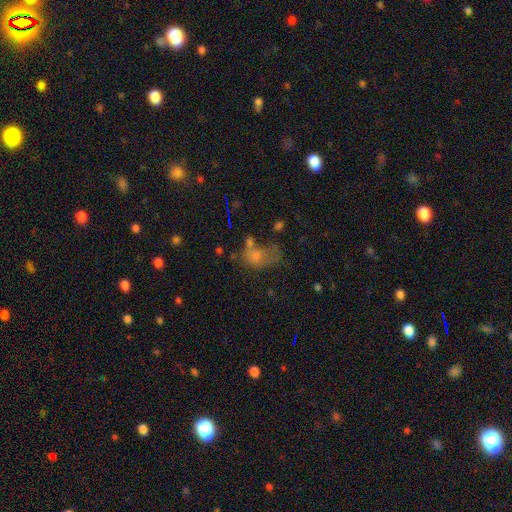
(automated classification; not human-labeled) The model was most divided on "merging": major disturbance: 34%, none: 26%, minor disturbance: 20%, merger: 20%. More confident: how rounded — in between (70%); smooth or featured — smooth (51%).